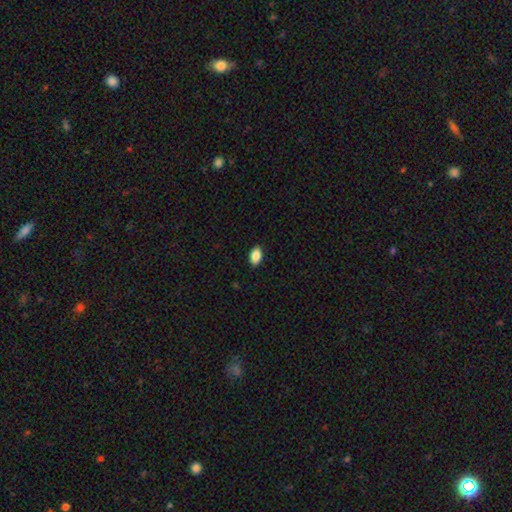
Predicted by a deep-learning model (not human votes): smooth-or-featured: smooth: 88% | star or artifact: 8% | featured or disk: 5%
  how-rounded: in between: 92% | round: 6% | cigar-shaped: 2%
  merging: none: 89% | minor disturbance: 8% | major disturbance: 2% | merger: 1%